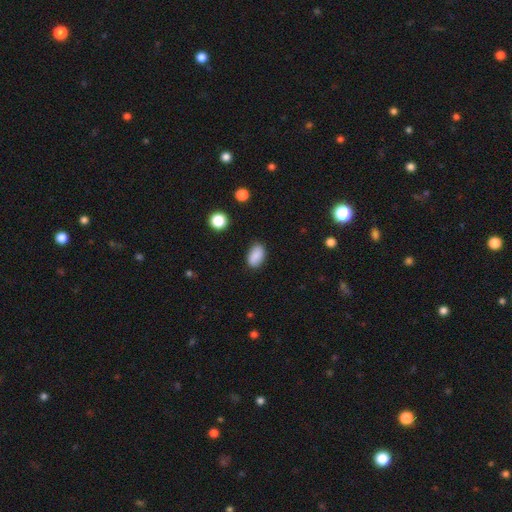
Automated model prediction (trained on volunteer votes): Morphology: type=smooth (88%); roundness=in between (91%); merging=none (84%).